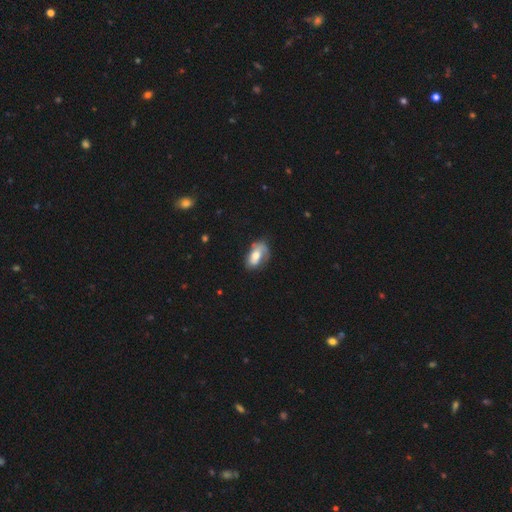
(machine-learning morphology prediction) A smooth galaxy with no disk features (52%) that is in between round and cigar-shaped (90%).

Vote fractions:
- Smooth or featured? smooth: 52% / featured or disk: 41% / star or artifact: 7%
- How rounded? in between: 90% / round: 7% / cigar-shaped: 4%
- Merging? none: 45% / minor disturbance: 30% / major disturbance: 23% / merger: 3%